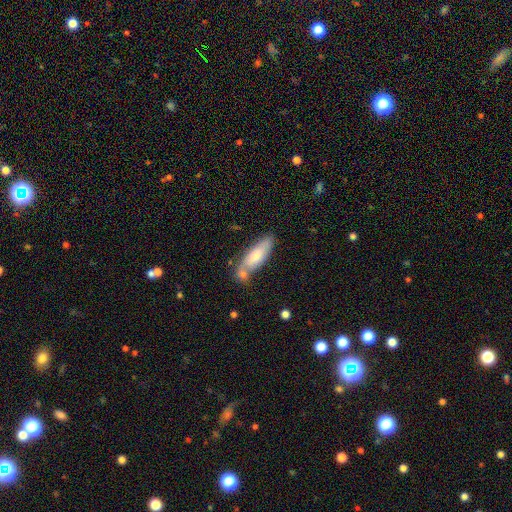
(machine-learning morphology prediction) Q: Smooth or featured?
A: smooth (71%); runner-up: featured or disk (23%)
Q: How rounded?
A: in between (53%); runner-up: cigar-shaped (45%)
Q: Merging?
A: none (59%); runner-up: merger (19%)